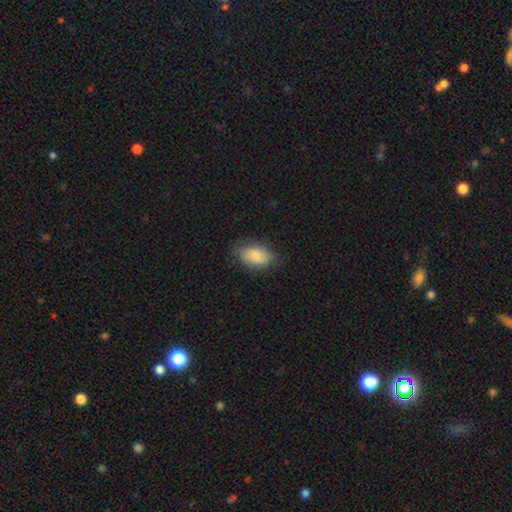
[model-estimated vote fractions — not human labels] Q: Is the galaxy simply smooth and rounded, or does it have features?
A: smooth — 80%.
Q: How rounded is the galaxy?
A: in between — 90%.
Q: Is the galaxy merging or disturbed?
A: none — 74%.